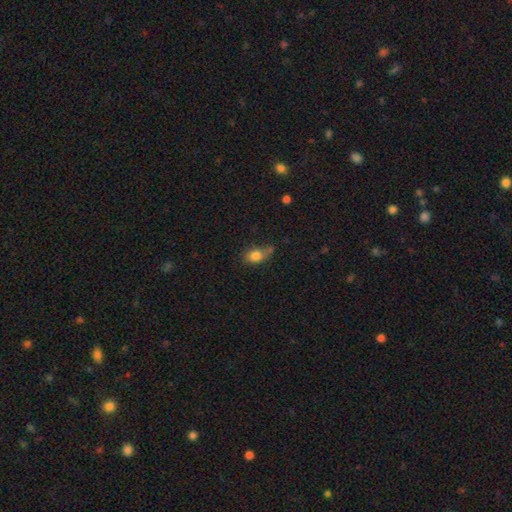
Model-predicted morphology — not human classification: Q: Smooth or featured?
A: smooth (81%); runner-up: star or artifact (10%)
Q: How rounded?
A: in between (69%); runner-up: round (28%)
Q: Merging?
A: none (43%); runner-up: minor disturbance (33%)